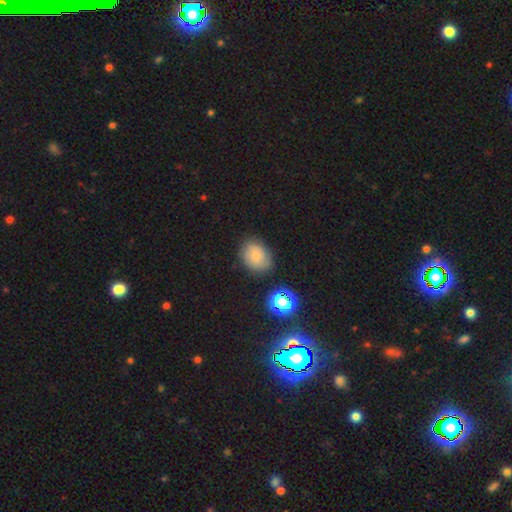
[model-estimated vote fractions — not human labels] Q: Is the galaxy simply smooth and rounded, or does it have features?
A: smooth — 58%.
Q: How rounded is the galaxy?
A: in between — 53%.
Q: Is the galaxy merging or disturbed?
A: none — 77%.